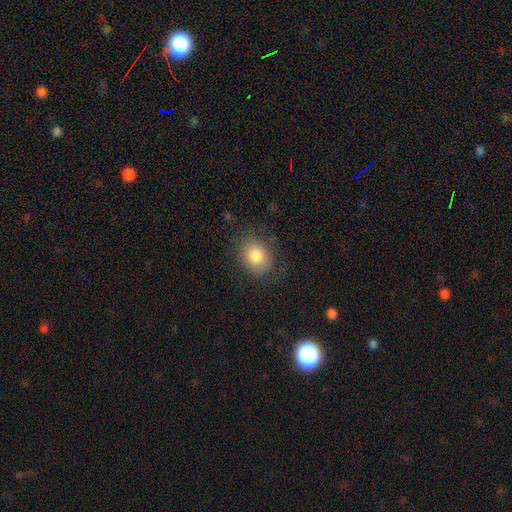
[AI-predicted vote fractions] Smooth or featured: smooth — 82% (featured or disk — 9%)
How rounded: in between — 51% (round — 48%)
Merging: none — 78% (minor disturbance — 15%)